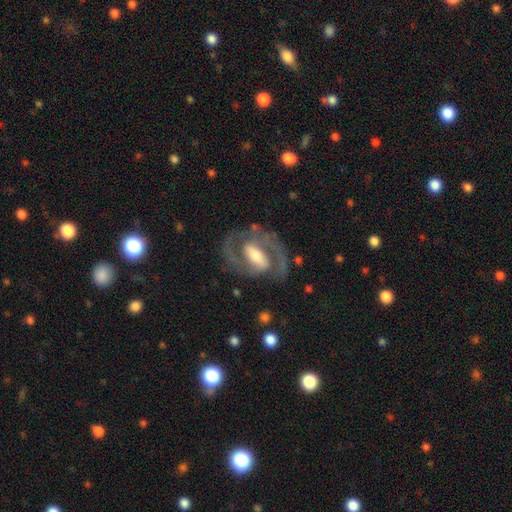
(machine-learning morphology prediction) The model was most divided on "bar": strong: 51%, weak: 34%, no: 15%. More confident: edge-on disk — no (96%); spiral arms — yes (93%); spiral arm count — 2 (90%); smooth or featured — featured or disk (88%); merging — none (75%); bulge size — moderate (56%); spiral winding — medium (55%).